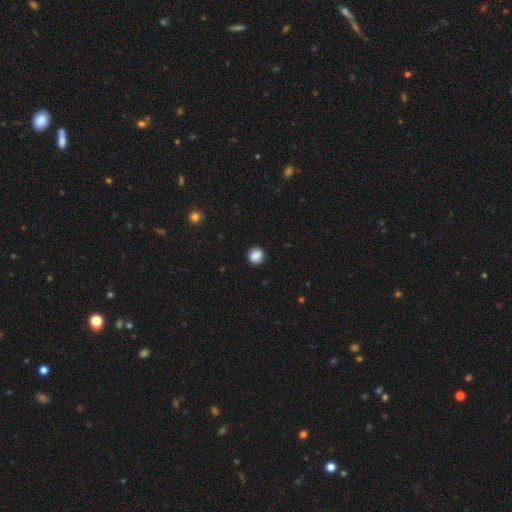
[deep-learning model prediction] Smooth or featured: smooth — 87% (star or artifact — 9%)
How rounded: round — 85% (in between — 14%)
Merging: none — 89% (minor disturbance — 8%)